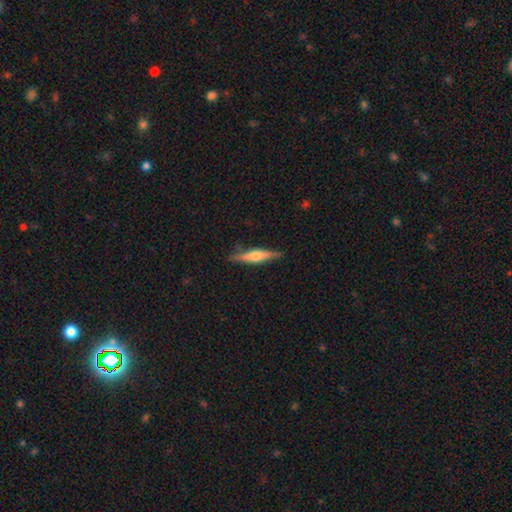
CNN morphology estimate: type=featured or disk (60%); edge-on=yes (96%); edge-on bulge=rounded (77%); merging=none (87%).